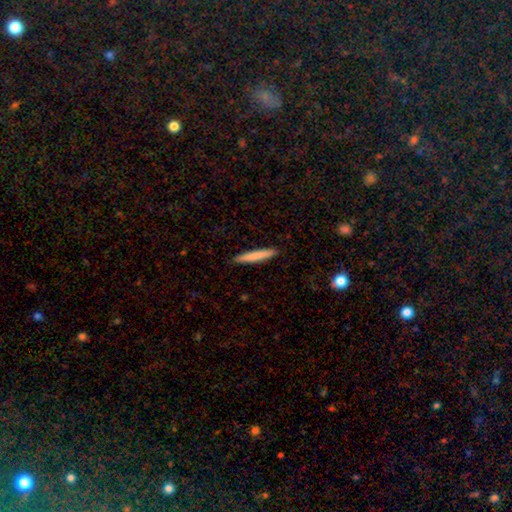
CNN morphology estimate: This is likely a smooth galaxy (78%). How rounded: clearly cigar-shaped (93%). Merging: clearly none (91%).